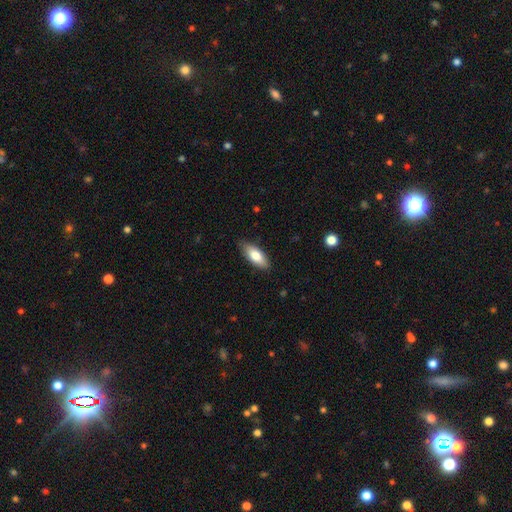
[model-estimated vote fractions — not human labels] Smooth or featured?
  - smooth: 77% *
  - featured or disk: 17%
  - star or artifact: 6%
How rounded?
  - in between: 78% *
  - cigar-shaped: 20%
  - round: 2%
Merging?
  - none: 83% *
  - minor disturbance: 14%
  - major disturbance: 2%
  - merger: 1%